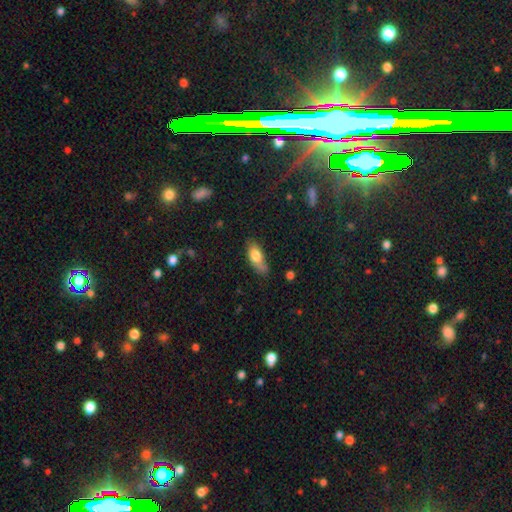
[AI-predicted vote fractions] This appears to be a smooth galaxy with no disk features (74%) that is in between round and cigar-shaped (76%). Merging: none (57%).